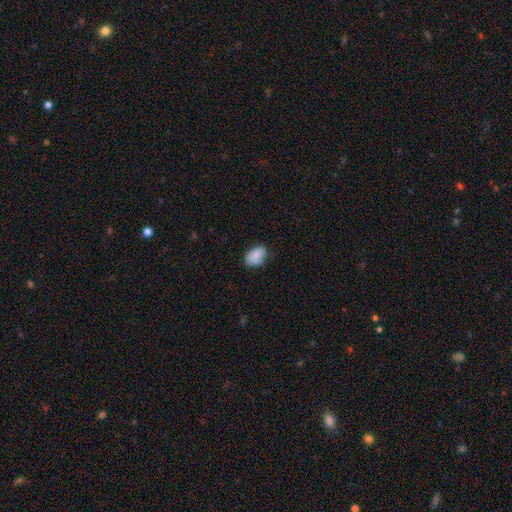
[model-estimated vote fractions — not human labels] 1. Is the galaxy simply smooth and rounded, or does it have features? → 82% smooth, 10% featured or disk, 7% star or artifact.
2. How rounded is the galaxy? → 85% in between, 14% round, 1% cigar-shaped.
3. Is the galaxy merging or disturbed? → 67% none, 27% minor disturbance, 5% major disturbance, 1% merger.